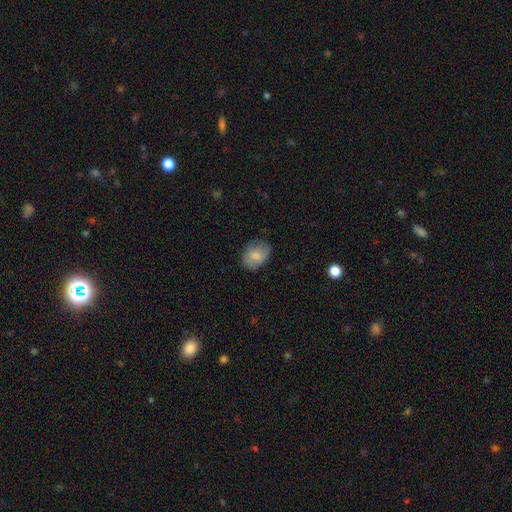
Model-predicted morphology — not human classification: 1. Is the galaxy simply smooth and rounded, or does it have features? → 81% smooth, 12% featured or disk, 7% star or artifact.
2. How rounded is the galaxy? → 69% in between, 30% round, 1% cigar-shaped.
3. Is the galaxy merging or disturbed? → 74% none, 20% minor disturbance, 5% major disturbance, 1% merger.